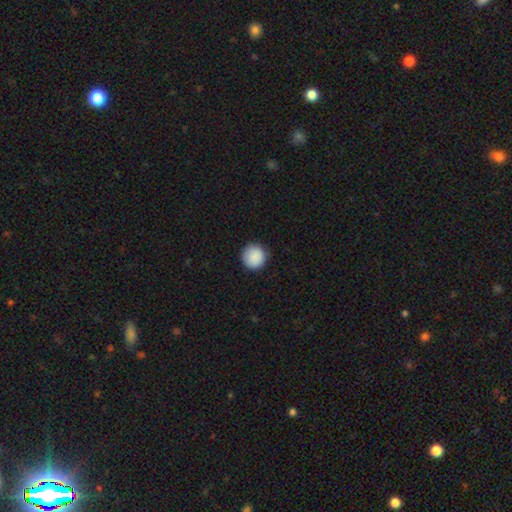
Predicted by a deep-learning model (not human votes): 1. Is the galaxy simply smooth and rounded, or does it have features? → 90% smooth, 8% star or artifact, 3% featured or disk.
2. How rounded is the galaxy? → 95% round, 4% in between, 1% cigar-shaped.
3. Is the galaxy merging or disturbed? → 91% none, 6% minor disturbance, 2% major disturbance, 1% merger.